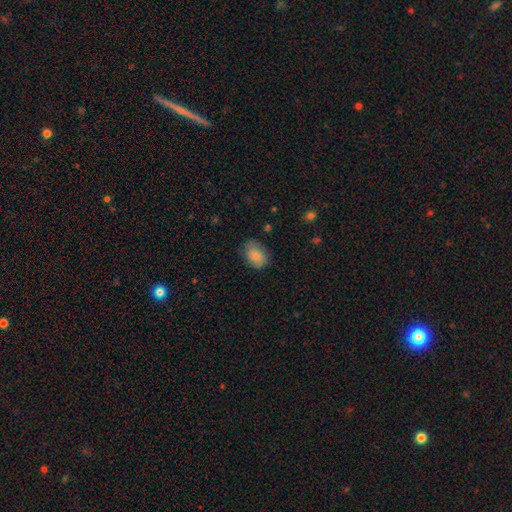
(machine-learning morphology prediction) Smooth or featured? Predicted: smooth (p=0.82). How rounded? Predicted: in between (p=0.78). Merging? Predicted: none (p=0.73).